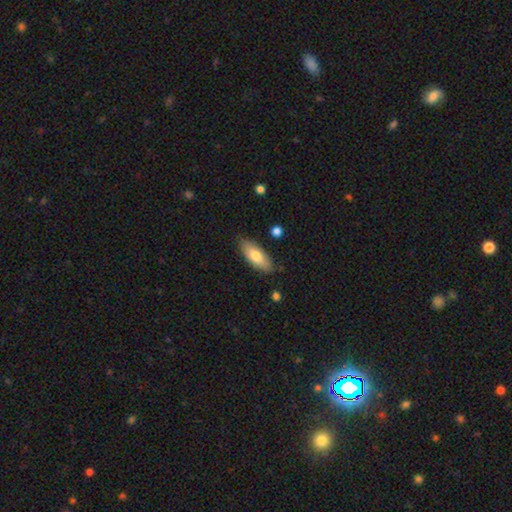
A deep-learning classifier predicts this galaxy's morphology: Smooth or featured? smooth (76%)
How rounded? in between (75%)
Merging? none (84%)